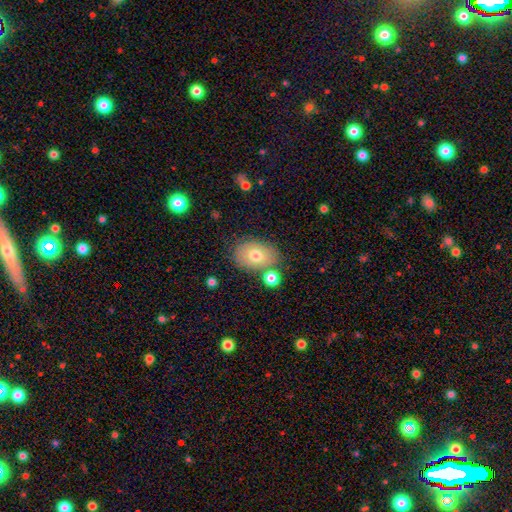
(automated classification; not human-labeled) This is likely a smooth galaxy (72%). How rounded: likely in between (78%). Merging: likely none (72%).